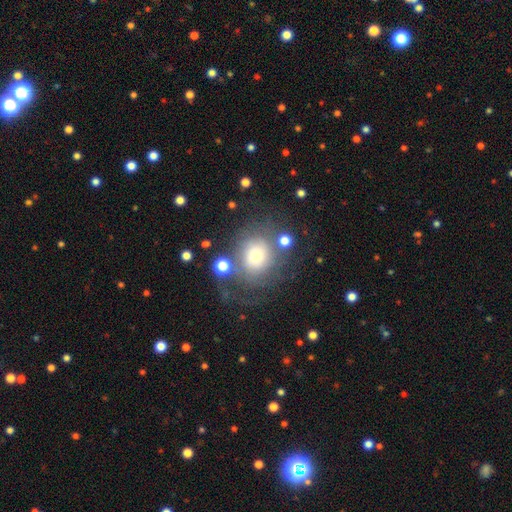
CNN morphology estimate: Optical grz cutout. It shows a smooth galaxy with no disk features (44%). Merging: none (58%).